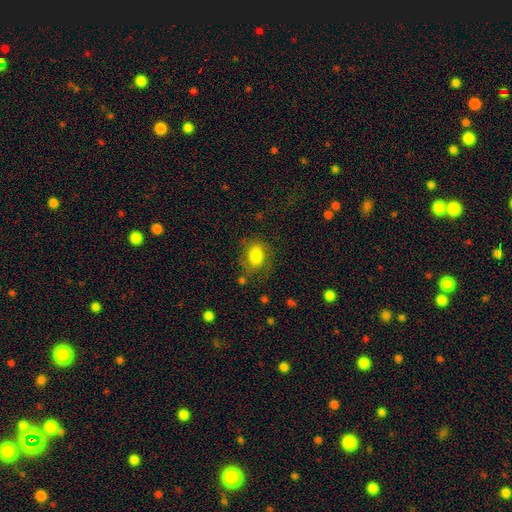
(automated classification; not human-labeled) This appears to be a smooth galaxy with no disk features (73%) that is in between round and cigar-shaped (61%). Merging: none (64%).